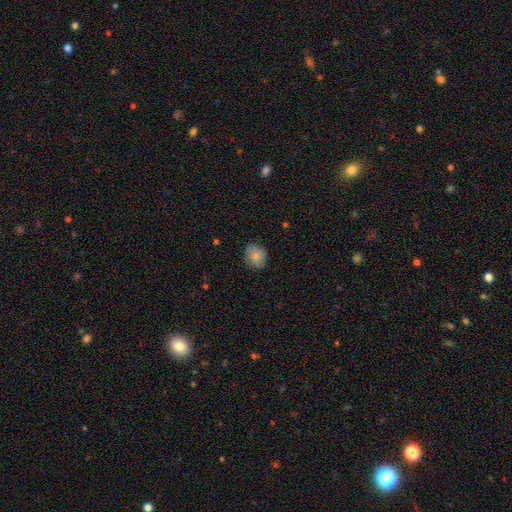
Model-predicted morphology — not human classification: Smooth or featured? Predicted: smooth (p=0.81). How rounded? Predicted: round (p=0.63). Merging? Predicted: none (p=0.82).